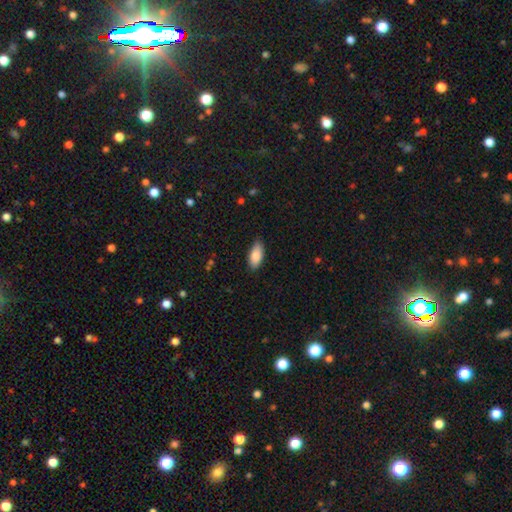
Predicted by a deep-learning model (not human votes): Smooth or featured: smooth — 84% (featured or disk — 10%)
How rounded: in between — 88% (cigar-shaped — 10%)
Merging: none — 85% (minor disturbance — 12%)